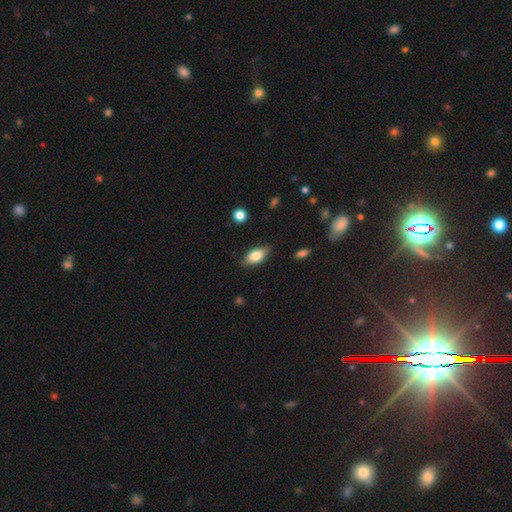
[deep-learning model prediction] Morphology: type=smooth (79%); roundness=in between (88%); merging=none (84%).